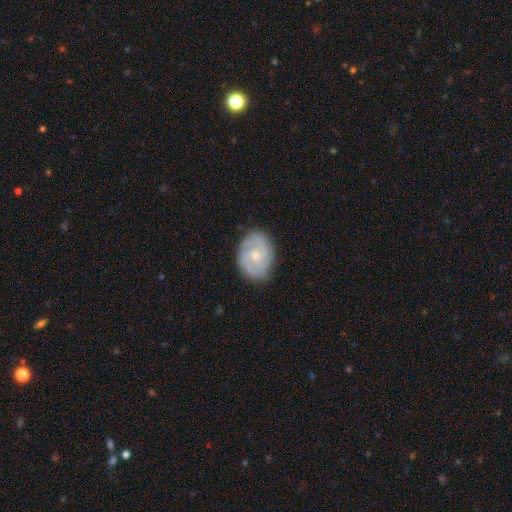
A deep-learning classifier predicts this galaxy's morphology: Smooth or featured?
  - featured or disk: 78% *
  - smooth: 17%
  - star or artifact: 5%
Edge-on disk?
  - no: 98% *
  - yes: 2%
Bar?
  - no: 63% *
  - weak: 33%
  - strong: 4%
Spiral arms?
  - yes: 95% *
  - no: 5%
Spiral winding?
  - tight: 53% *
  - medium: 38%
  - loose: 8%
Spiral arm count?
  - 2: 48% *
  - 3: 24%
  - can't tell: 16%
  - 4: 4%
  - 1: 4%
  - more than 4: 3%
Bulge size?
  - small: 55% *
  - moderate: 40%
  - none: 3%
  - large: 1%
  - dominant: 1%
Merging?
  - none: 81% *
  - minor disturbance: 15%
  - major disturbance: 3%
  - merger: 1%